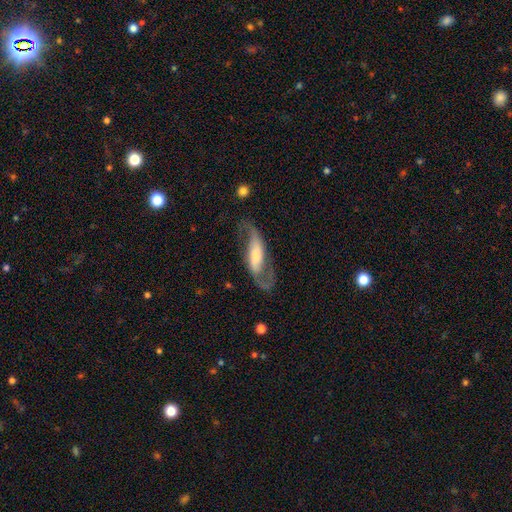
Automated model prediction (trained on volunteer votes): Smooth or featured?
  - featured or disk: 81% *
  - smooth: 13%
  - star or artifact: 5%
Edge-on disk?
  - no: 90% *
  - yes: 10%
Bar?
  - strong: 42% *
  - weak: 32%
  - no: 26%
Spiral arms?
  - yes: 92% *
  - no: 8%
Spiral winding?
  - loose: 55% *
  - medium: 35%
  - tight: 10%
Spiral arm count?
  - 2: 90% *
  - 1: 4%
  - can't tell: 4%
  - 3: 1%
  - 4: 1%
  - more than 4: 1%
Bulge size?
  - small: 40% *
  - moderate: 38%
  - large: 13%
  - none: 7%
  - dominant: 3%
Merging?
  - none: 67% *
  - minor disturbance: 16%
  - major disturbance: 15%
  - merger: 2%